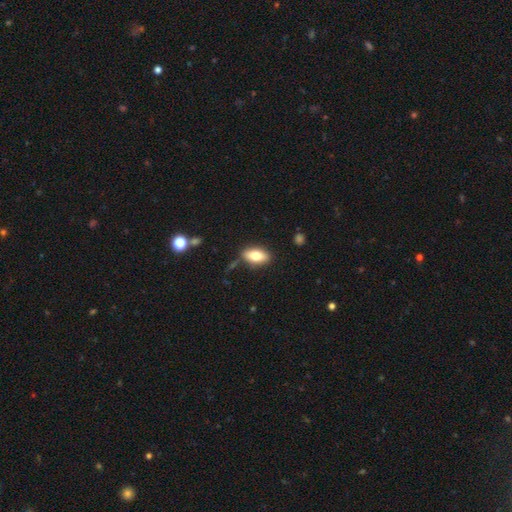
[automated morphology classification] This is likely a smooth galaxy (70%). How rounded: clearly in between (85%). Merging: clearly none (82%).